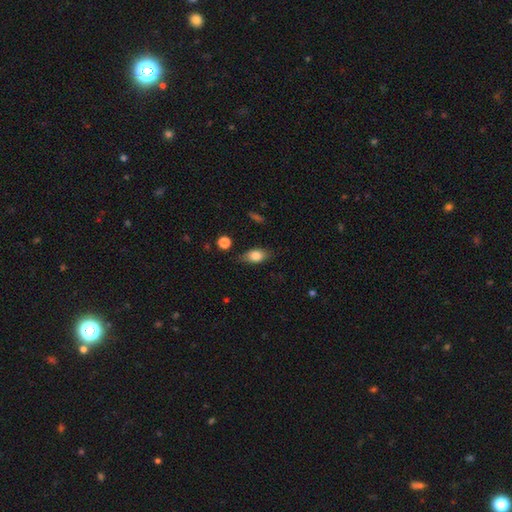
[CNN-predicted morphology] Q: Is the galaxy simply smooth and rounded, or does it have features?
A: smooth — 80%.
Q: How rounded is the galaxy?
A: in between — 83%.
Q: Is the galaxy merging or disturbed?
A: none — 75%.